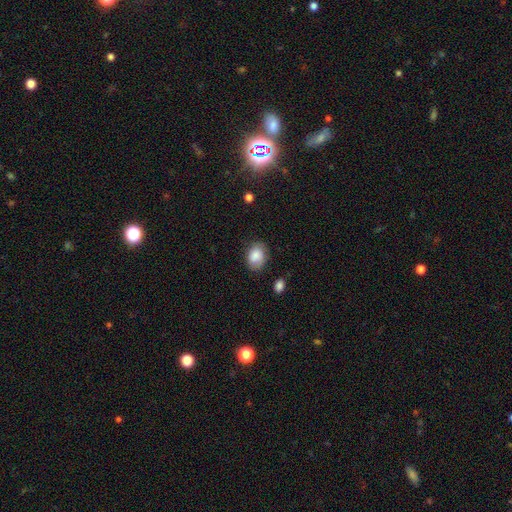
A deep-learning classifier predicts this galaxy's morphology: This appears to be a smooth galaxy with no disk features (83%) that is in between round and cigar-shaped (75%). Merging: none (74%).